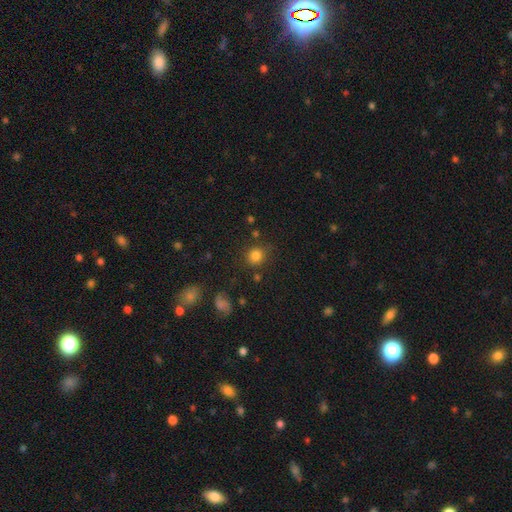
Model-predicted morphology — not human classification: Q: Smooth or featured?
A: smooth (81%); runner-up: star or artifact (13%)
Q: How rounded?
A: round (86%); runner-up: in between (13%)
Q: Merging?
A: none (81%); runner-up: minor disturbance (11%)